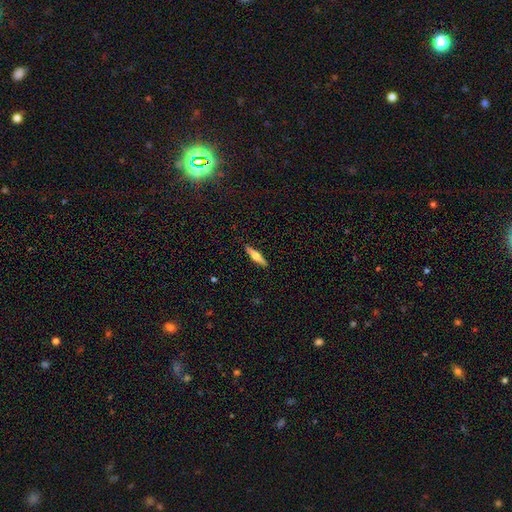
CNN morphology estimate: Smooth or featured? Predicted: featured or disk (p=0.47, tied with smooth). Merging? Predicted: none (p=0.90).